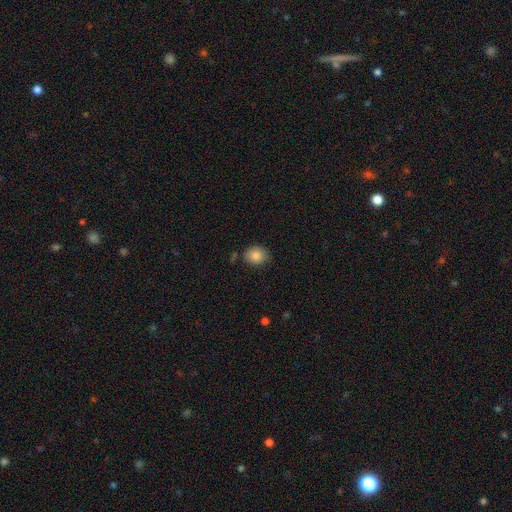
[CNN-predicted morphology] A smooth galaxy with no disk features (86%) that is round (64%). Merging: none (77%).